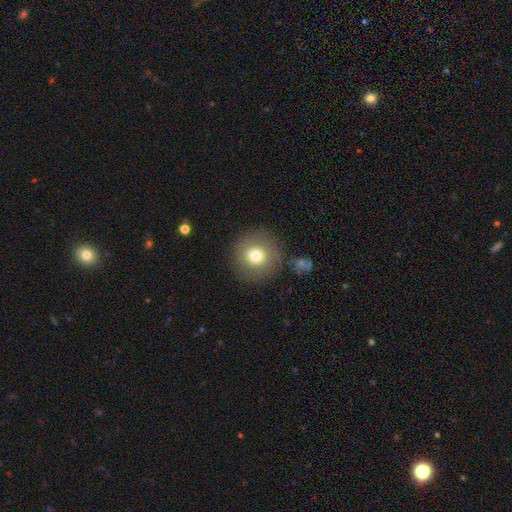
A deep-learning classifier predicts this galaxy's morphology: This is likely a smooth galaxy (75%). How rounded: clearly round (94%). Merging: clearly none (85%).